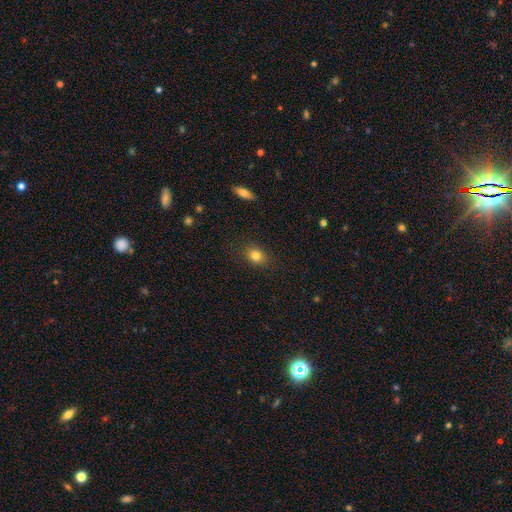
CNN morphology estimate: This is clearly a smooth galaxy (81%). How rounded: possibly round (52%). Merging: clearly none (87%).